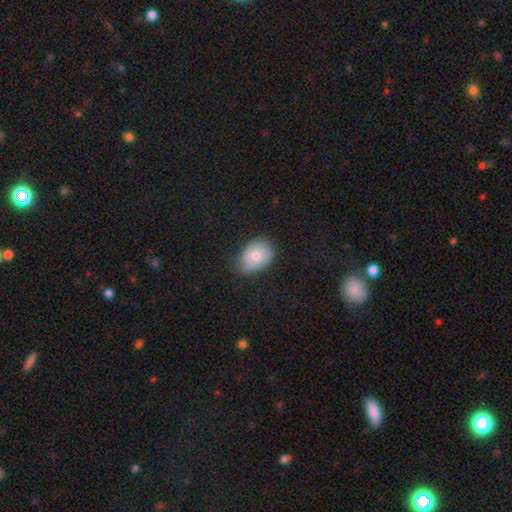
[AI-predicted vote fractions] Smooth or featured: smooth — 69% (featured or disk — 22%)
How rounded: in between — 63% (round — 36%)
Merging: none — 62% (minor disturbance — 31%)